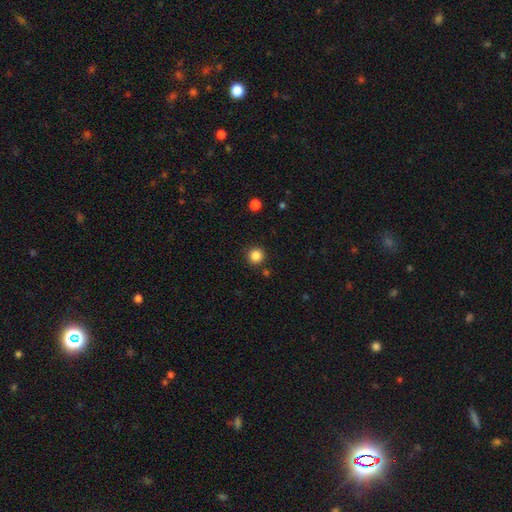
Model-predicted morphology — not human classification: smooth_or_featured: smooth (p=0.85) [alt: star or artifact p=0.11]
how_rounded: round (p=0.95) [alt: in between p=0.04]
merging: none (p=0.90) [alt: minor disturbance p=0.06]